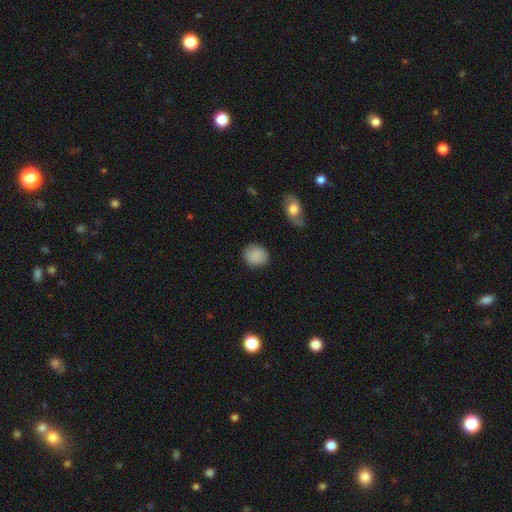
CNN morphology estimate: The model was most divided on "how rounded": round: 76%, in between: 23%, cigar-shaped: 1%. More confident: smooth or featured — smooth (88%); merging — none (84%).